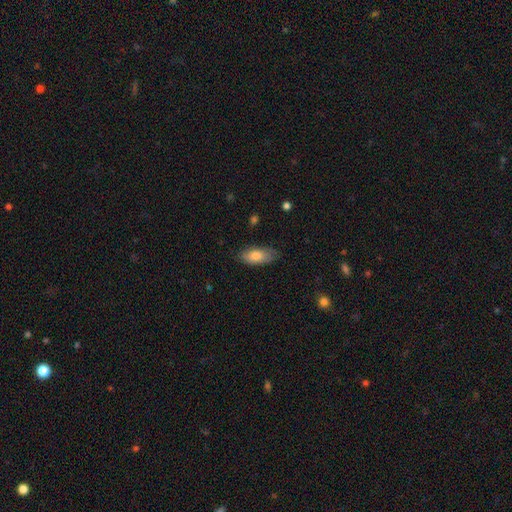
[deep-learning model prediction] smooth 76%, featured or disk 17%, star or artifact 6%. Down the decision tree: how rounded — in between (86%); merging — none (72%).